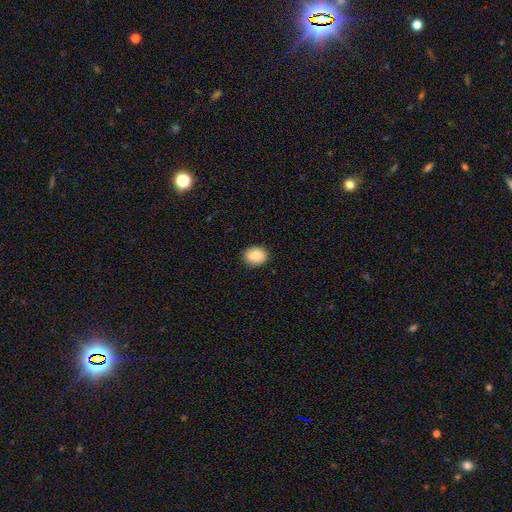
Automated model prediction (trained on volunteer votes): smooth 85%, star or artifact 8%, featured or disk 7%. Down the decision tree: how rounded — round (53%); merging — none (88%).